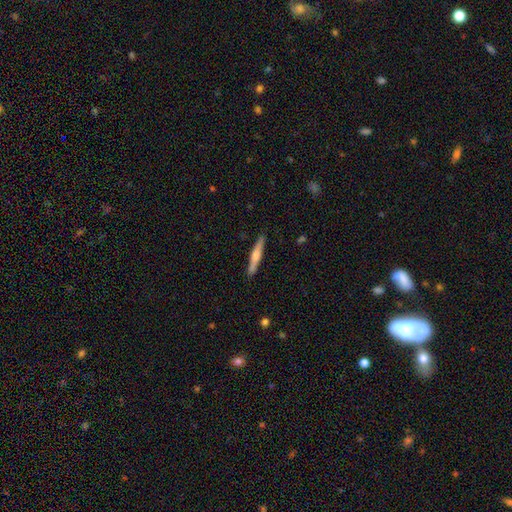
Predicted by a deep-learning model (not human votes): smooth-or-featured: featured or disk: 50% | smooth: 45% | star or artifact: 5%
  merging: none: 89% | minor disturbance: 8% | major disturbance: 2% | merger: 1%